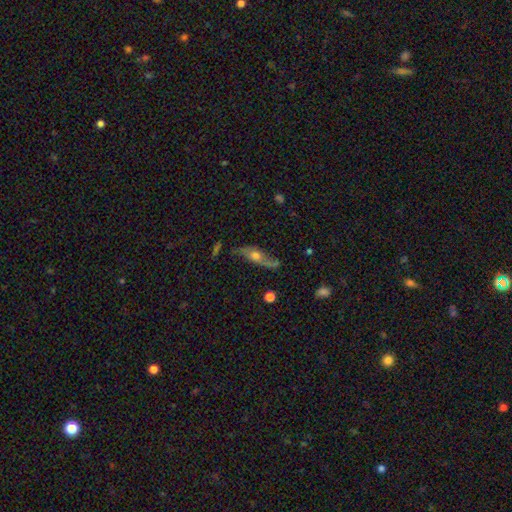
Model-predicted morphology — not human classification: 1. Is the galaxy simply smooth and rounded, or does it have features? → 69% featured or disk, 20% smooth, 11% star or artifact.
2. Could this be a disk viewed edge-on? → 54% no, 46% yes.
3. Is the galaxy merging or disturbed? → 69% none, 19% minor disturbance, 9% major disturbance, 4% merger.